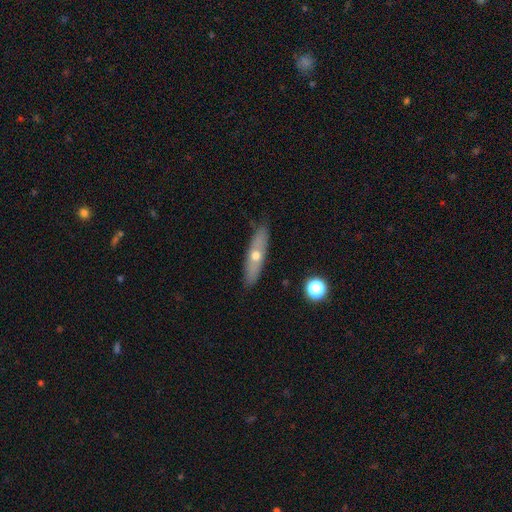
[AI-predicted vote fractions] This appears to be a smooth galaxy with no disk features (47%). Merging: none (85%).